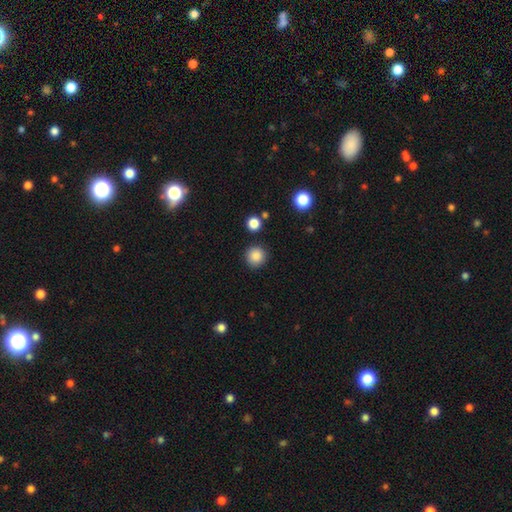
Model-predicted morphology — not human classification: This appears to be a smooth galaxy with no disk features (87%) that is round (94%). Merging: none (89%).